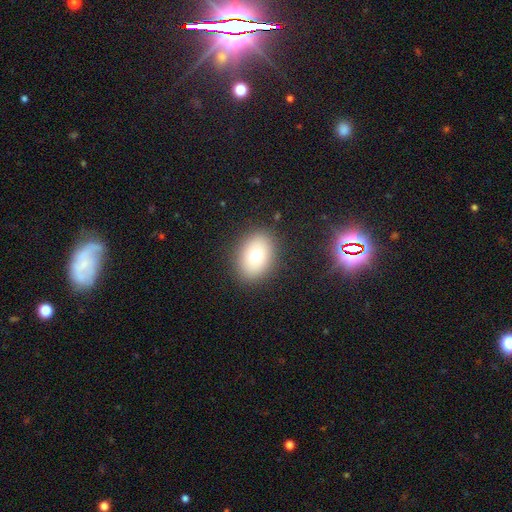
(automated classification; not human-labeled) Smooth or featured? smooth (75%)
How rounded? in between (63%)
Merging? none (87%)